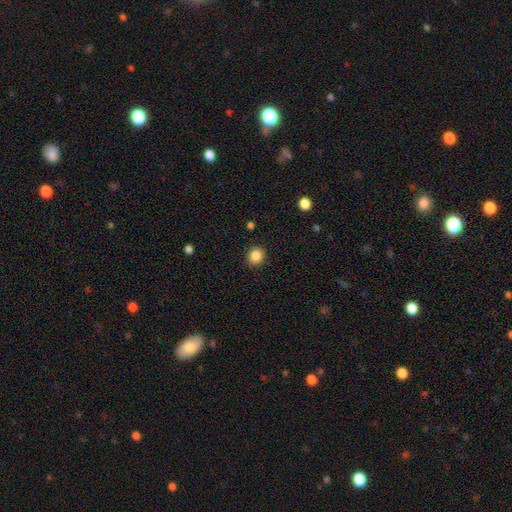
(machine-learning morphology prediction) This is clearly a smooth galaxy (87%). How rounded: clearly round (83%). Merging: clearly none (90%).